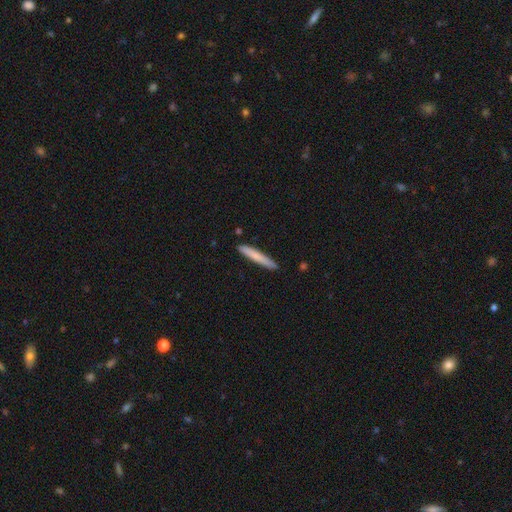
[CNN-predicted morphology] A smooth galaxy with no disk features (75%) that is cigar-shaped (96%).

Vote fractions:
- Smooth or featured? smooth: 75% / featured or disk: 19% / star or artifact: 6%
- How rounded? cigar-shaped: 96% / in between: 3% / round: 1%
- Merging? none: 90% / minor disturbance: 7% / merger: 1% / major disturbance: 1%